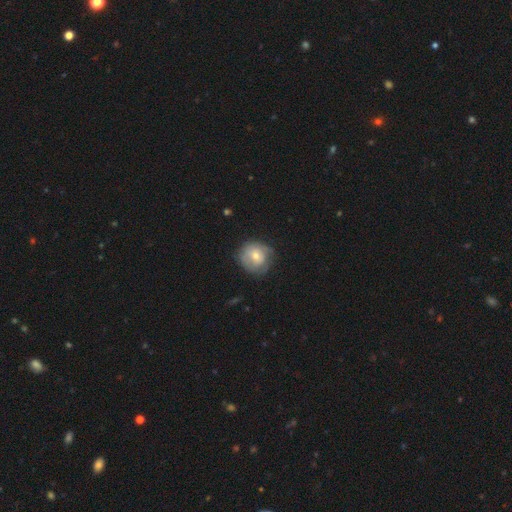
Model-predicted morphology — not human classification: Overall: smooth (56%; featured or disk 36%). How rounded: round (85%). Merging: none (65%).